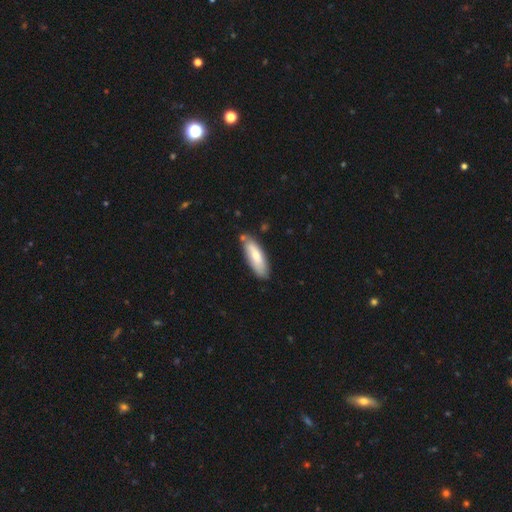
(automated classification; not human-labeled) Smooth or featured?
  - smooth: 73% *
  - featured or disk: 22%
  - star or artifact: 5%
How rounded?
  - in between: 54% *
  - cigar-shaped: 45%
  - round: 1%
Merging?
  - none: 76% *
  - minor disturbance: 16%
  - merger: 5%
  - major disturbance: 3%